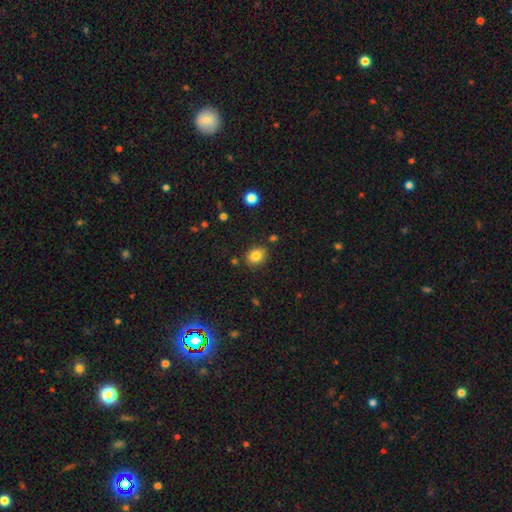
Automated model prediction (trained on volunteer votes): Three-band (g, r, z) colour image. It shows a smooth galaxy with no disk features (83%) that is round (59%). Merging: none (84%).